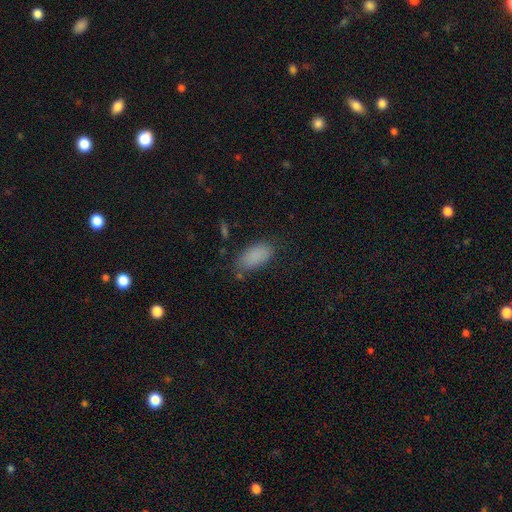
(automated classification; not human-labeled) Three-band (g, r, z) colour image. It shows a smooth galaxy with no disk features (86%) that is in between round and cigar-shaped (92%). Merging: none (72%).